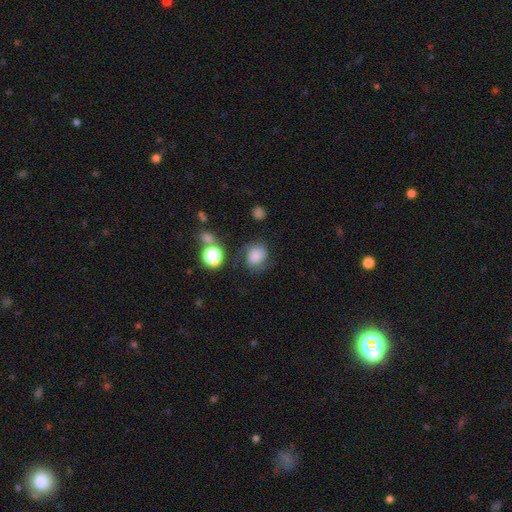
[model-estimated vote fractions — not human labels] smooth 66%, featured or disk 21%, star or artifact 13%. Down the decision tree: how rounded — round (62%); merging — none (61%).